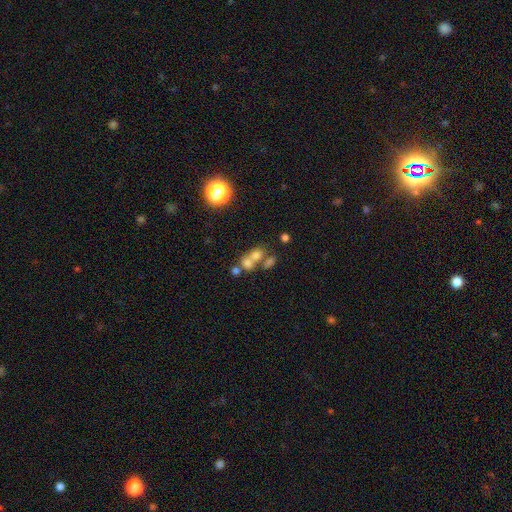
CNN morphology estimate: Q: Smooth or featured?
A: smooth (64%); runner-up: featured or disk (18%)
Q: How rounded?
A: round (52%); runner-up: in between (45%)
Q: Merging?
A: merger (57%); runner-up: none (29%)